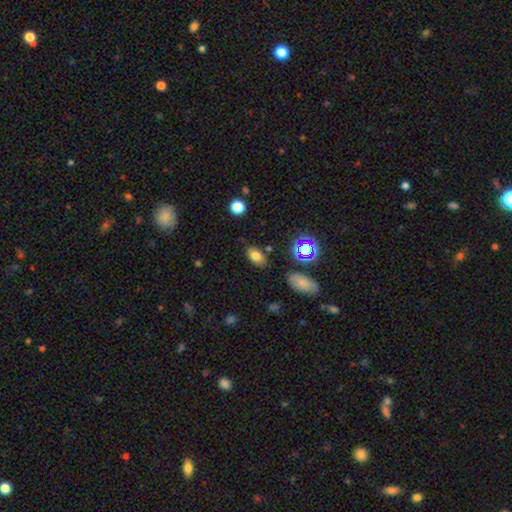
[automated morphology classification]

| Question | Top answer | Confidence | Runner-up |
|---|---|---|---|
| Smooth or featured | smooth | 75% | star or artifact (15%) |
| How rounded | in between | 87% | round (11%) |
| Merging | none | 80% | minor disturbance (13%) |